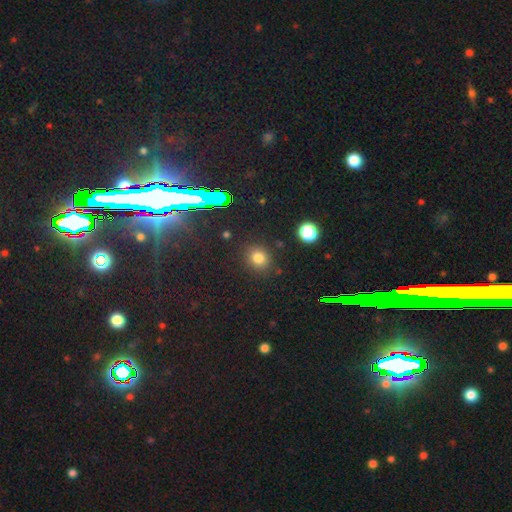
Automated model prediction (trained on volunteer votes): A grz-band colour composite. It shows a smooth galaxy with no disk features (68%) that is round (81%). Merging: none (90%).